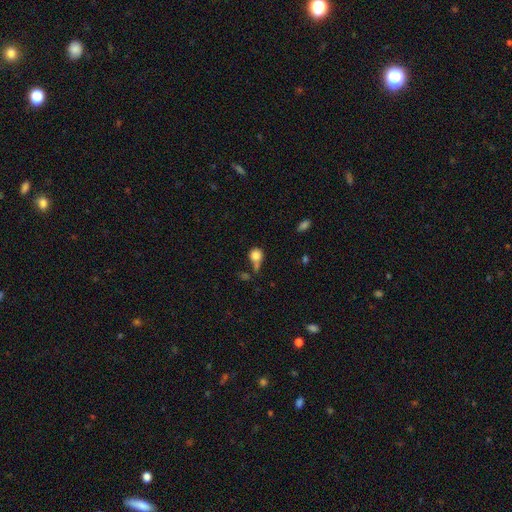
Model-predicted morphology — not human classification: Smooth or featured? smooth (81%)
How rounded? round (77%)
Merging? none (38%)